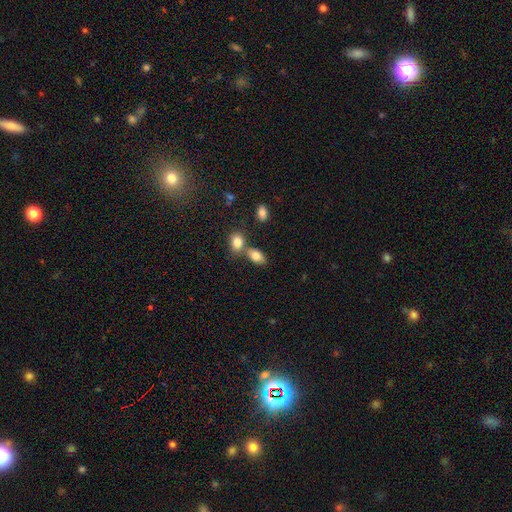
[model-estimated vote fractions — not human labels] This appears to be a smooth galaxy with no disk features (80%) that is in between round and cigar-shaped (85%). Merging: none (49%).